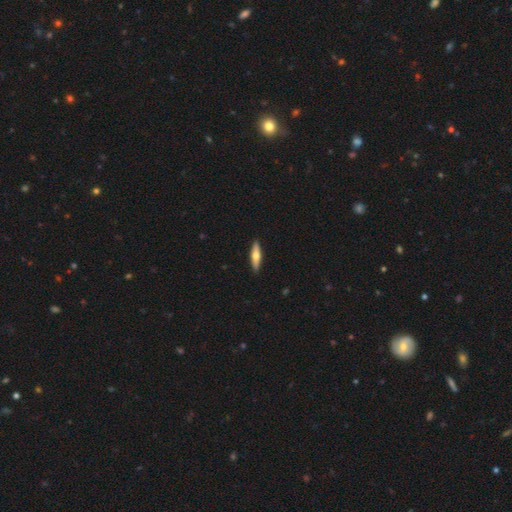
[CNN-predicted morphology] Smooth or featured?
  - smooth: 52% *
  - featured or disk: 43%
  - star or artifact: 5%
How rounded?
  - cigar-shaped: 73% *
  - in between: 25%
  - round: 2%
Merging?
  - none: 91% *
  - minor disturbance: 6%
  - major disturbance: 1%
  - merger: 1%